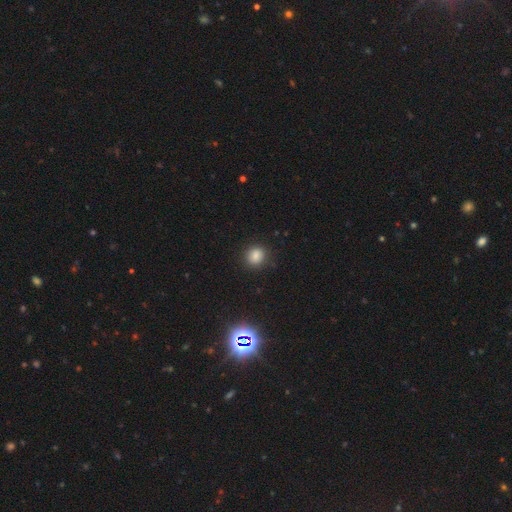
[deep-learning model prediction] Q: Smooth or featured?
A: smooth (84%); runner-up: star or artifact (11%)
Q: How rounded?
A: round (79%); runner-up: in between (20%)
Q: Merging?
A: none (87%); runner-up: minor disturbance (9%)